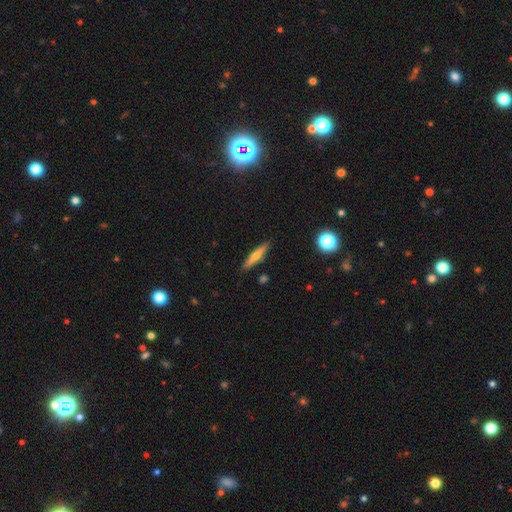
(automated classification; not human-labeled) The model was most divided on "smooth or featured": featured or disk: 49%, smooth: 43%, star or artifact: 8%. More confident: merging — none (88%).